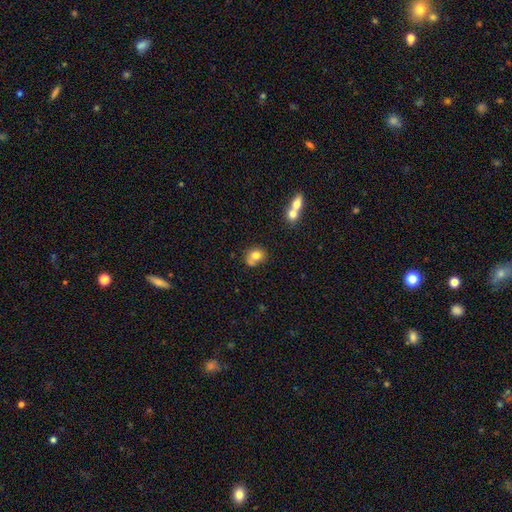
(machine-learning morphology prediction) This is likely a smooth galaxy (75%). How rounded: likely round (66%). Merging: marginally none (41%).